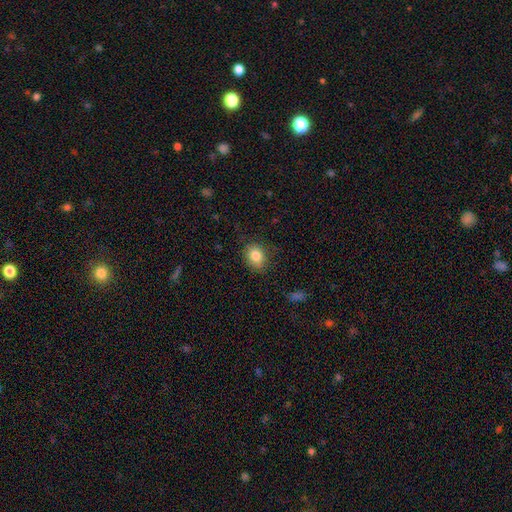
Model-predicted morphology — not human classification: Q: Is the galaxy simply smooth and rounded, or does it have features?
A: smooth — 83%.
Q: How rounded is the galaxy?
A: in between — 51%.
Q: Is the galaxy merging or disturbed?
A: none — 80%.